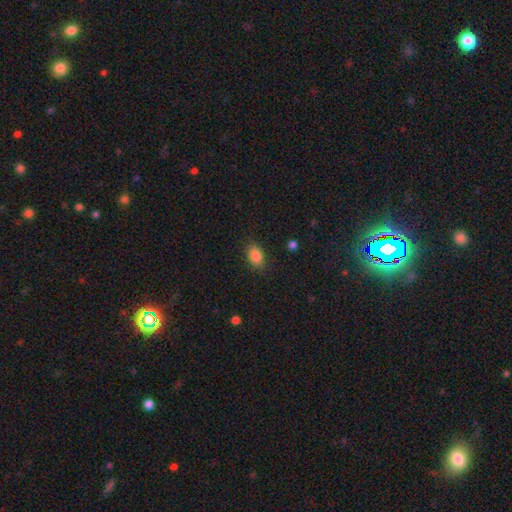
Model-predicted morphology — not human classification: smooth-or-featured: smooth: 86% | star or artifact: 9% | featured or disk: 5%
  how-rounded: in between: 84% | round: 14% | cigar-shaped: 2%
  merging: none: 84% | minor disturbance: 12% | major disturbance: 3% | merger: 1%